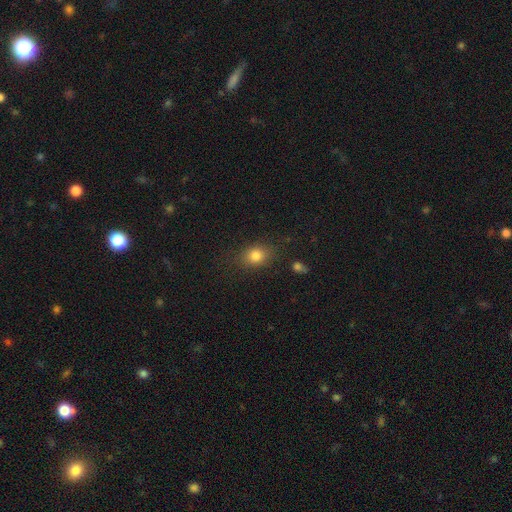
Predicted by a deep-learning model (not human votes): The model was most divided on "how rounded": in between: 57%, round: 42%, cigar-shaped: 2%. More confident: smooth or featured — smooth (81%); merging — none (79%).